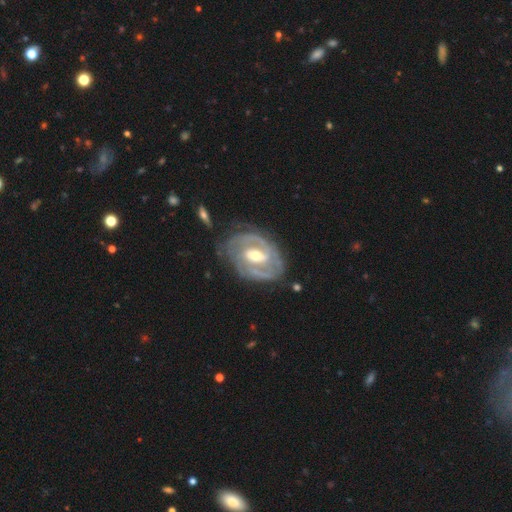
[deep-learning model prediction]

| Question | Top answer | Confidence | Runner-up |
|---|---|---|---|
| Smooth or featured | featured or disk | 88% | smooth (8%) |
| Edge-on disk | no | 97% | yes (3%) |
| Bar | weak | 47% | strong (30%) |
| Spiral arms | yes | 94% | no (6%) |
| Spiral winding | tight | 58% | medium (34%) |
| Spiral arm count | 2 | 58% | can't tell (17%) |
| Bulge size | moderate | 63% | small (30%) |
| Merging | none | 68% | minor disturbance (20%) |